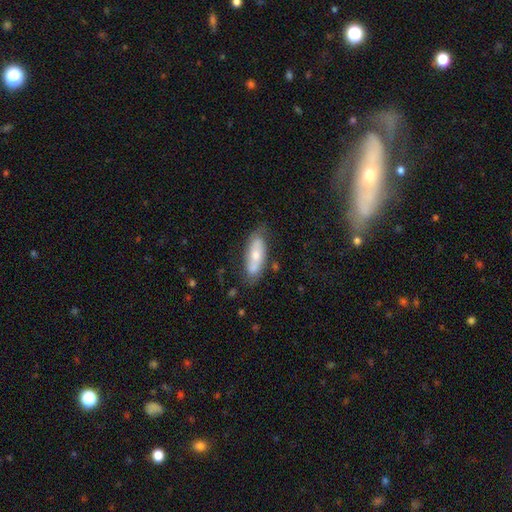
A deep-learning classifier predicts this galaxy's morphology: Q: Smooth or featured?
A: smooth (54%); runner-up: featured or disk (39%)
Q: How rounded?
A: in between (66%); runner-up: cigar-shaped (32%)
Q: Merging?
A: none (70%); runner-up: minor disturbance (20%)